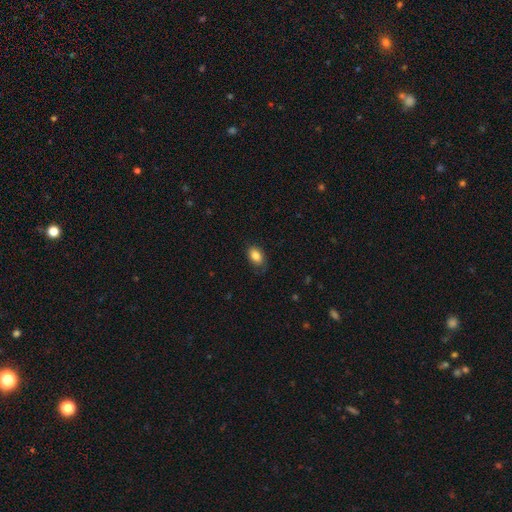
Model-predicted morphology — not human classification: Smooth or featured? Predicted: smooth (p=0.84). How rounded? Predicted: in between (p=0.89). Merging? Predicted: none (p=0.79).